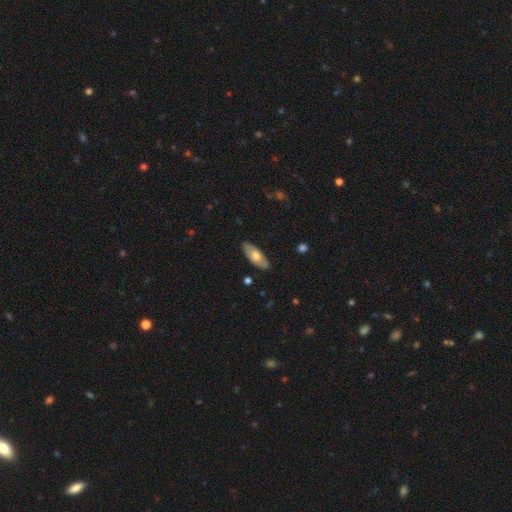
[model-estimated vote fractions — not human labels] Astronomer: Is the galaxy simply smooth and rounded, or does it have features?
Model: smooth — 59% (runner-up: featured or disk, 36%).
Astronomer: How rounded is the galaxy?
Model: in between — 84%.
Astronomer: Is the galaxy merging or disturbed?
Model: none — 86%.